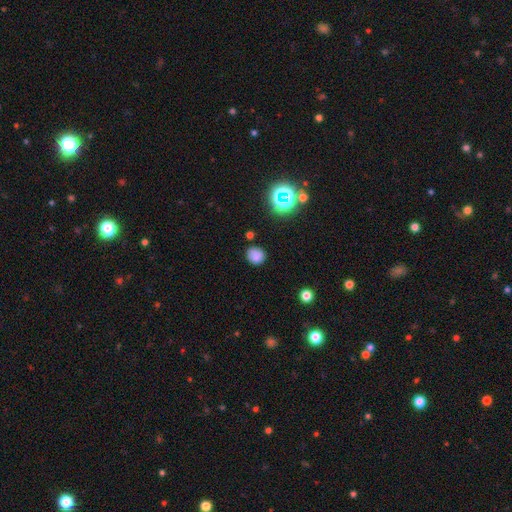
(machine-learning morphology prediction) This is likely a smooth galaxy (77%). How rounded: likely round (80%). Merging: clearly none (81%).